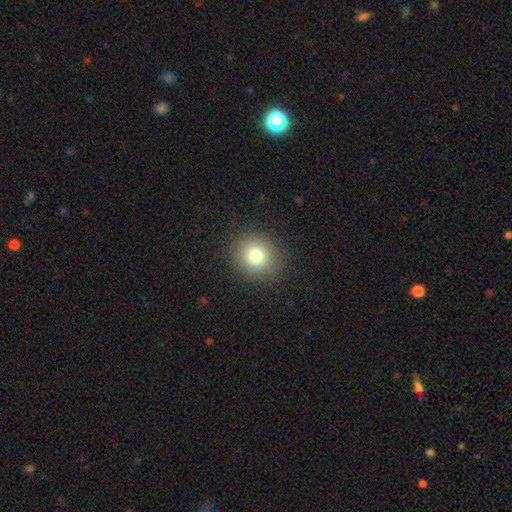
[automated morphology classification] Smooth or featured?
  - smooth: 78% *
  - star or artifact: 13%
  - featured or disk: 9%
How rounded?
  - round: 81% *
  - in between: 18%
  - cigar-shaped: 1%
Merging?
  - none: 89% *
  - minor disturbance: 7%
  - major disturbance: 3%
  - merger: 1%